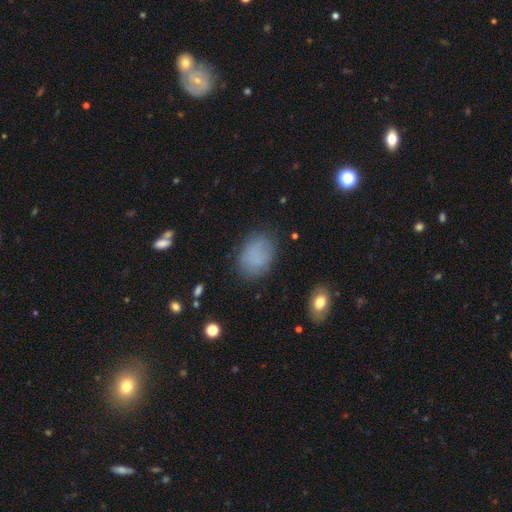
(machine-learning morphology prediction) type=smooth (79%); roundness=in between (74%); merging=none (77%).